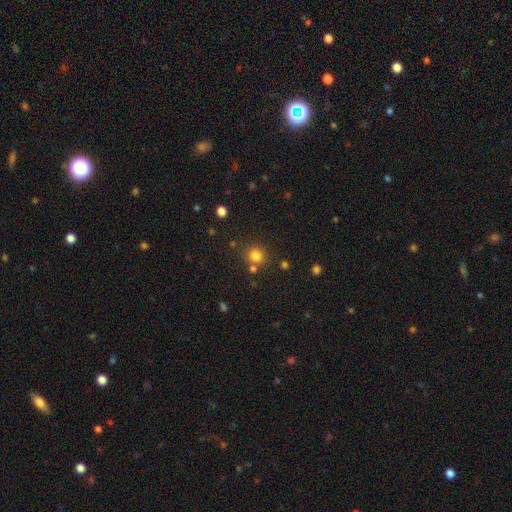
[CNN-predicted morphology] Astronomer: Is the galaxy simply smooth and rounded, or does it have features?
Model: smooth — 79%.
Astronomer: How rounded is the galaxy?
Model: round — 87%.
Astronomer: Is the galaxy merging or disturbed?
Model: none — 74%.